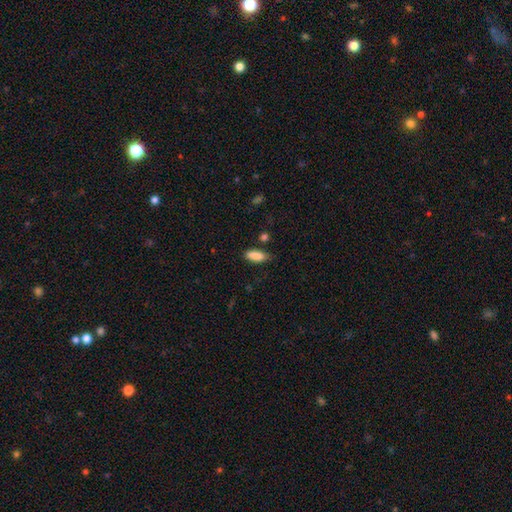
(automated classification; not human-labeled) This appears to be a smooth galaxy with no disk features (88%) that is in between round and cigar-shaped (71%). Merging: none (74%).